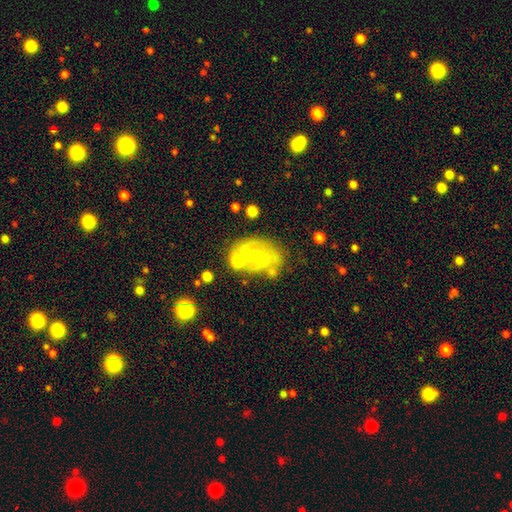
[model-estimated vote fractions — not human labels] Smooth or featured: featured or disk — 67% (smooth — 24%)
Edge-on disk: no — 97% (yes — 3%)
Bar: weak — 45% (no — 44%)
Spiral arms: yes — 81% (no — 19%)
Spiral winding: medium — 46% (tight — 33%)
Spiral arm count: 2 — 61% (can't tell — 23%)
Bulge size: small — 57% (moderate — 23%)
Merging: none — 59% (minor disturbance — 20%)